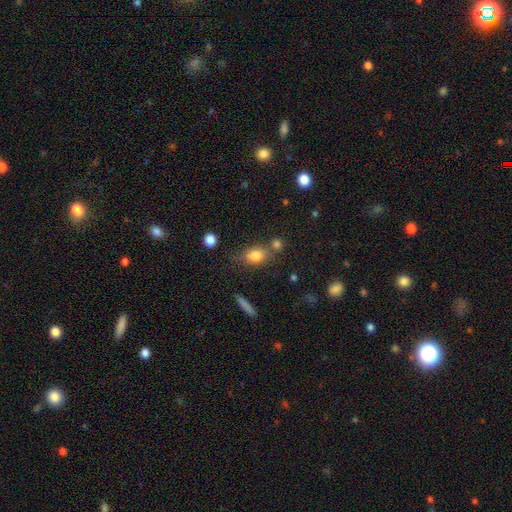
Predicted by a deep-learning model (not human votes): smooth 77%, featured or disk 12%, star or artifact 10%. Down the decision tree: how rounded — in between (71%); merging — none (60%).